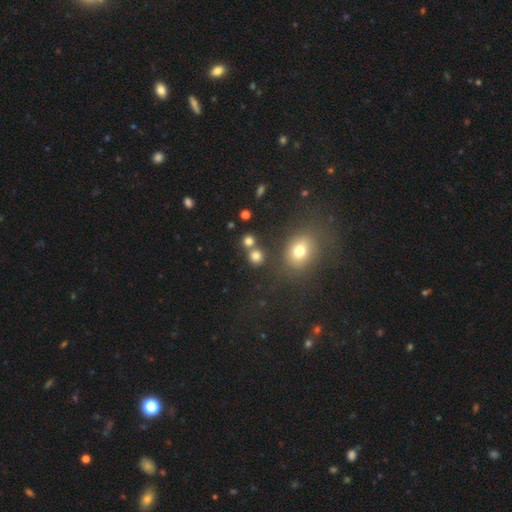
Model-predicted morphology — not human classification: Smooth or featured? Predicted: smooth (p=0.77). How rounded? Predicted: round (p=0.85). Merging? Predicted: none (p=0.68).